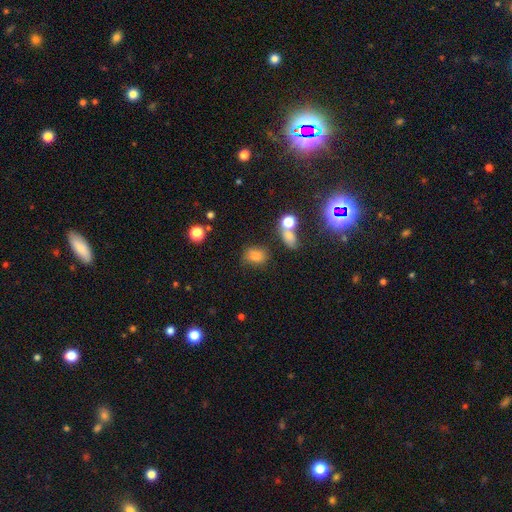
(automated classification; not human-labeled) This appears to be a smooth galaxy with no disk features (77%) that is in between round and cigar-shaped (58%). Merging: none (57%).